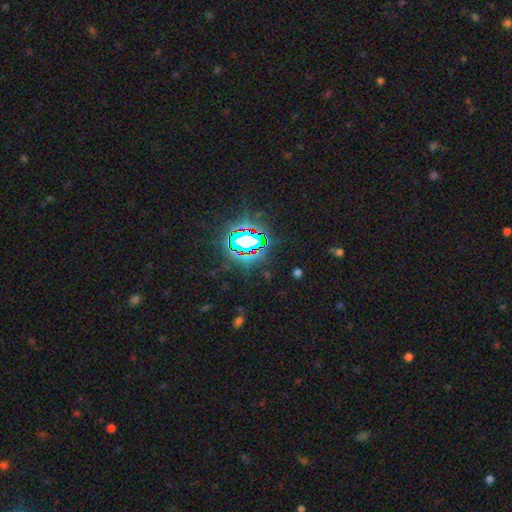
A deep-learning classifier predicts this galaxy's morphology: Smooth or featured?
  - star or artifact: 80% *
  - smooth: 11%
  - featured or disk: 9%